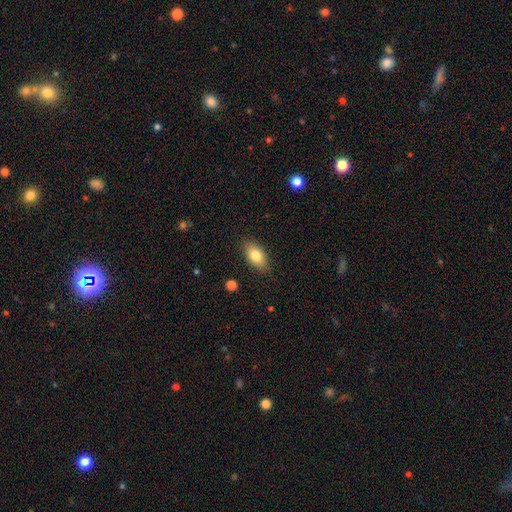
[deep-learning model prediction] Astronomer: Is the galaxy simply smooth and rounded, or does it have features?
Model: smooth — 81%.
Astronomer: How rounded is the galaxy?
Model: in between — 90%.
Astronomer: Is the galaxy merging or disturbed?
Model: none — 85%.